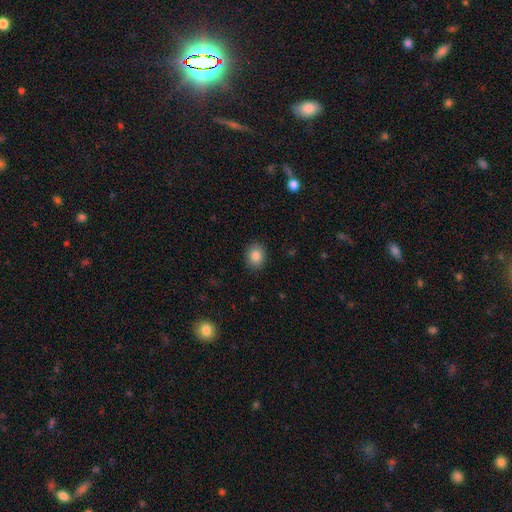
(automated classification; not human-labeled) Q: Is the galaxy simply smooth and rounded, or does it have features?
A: smooth — 86%.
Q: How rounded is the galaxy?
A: in between — 50%.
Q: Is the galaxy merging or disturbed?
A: none — 89%.